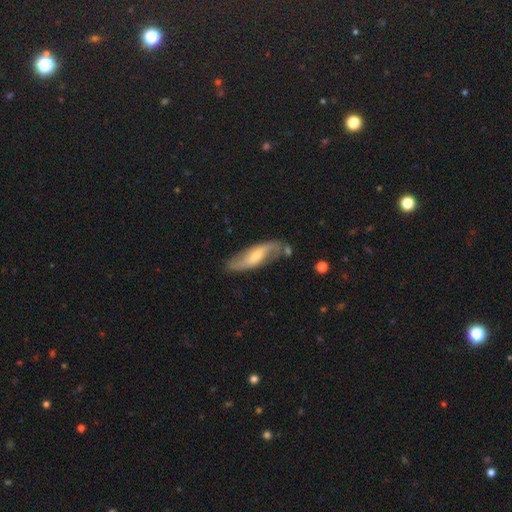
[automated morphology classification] Smooth or featured? Predicted: featured or disk (p=0.69). Edge-on disk? Predicted: no (p=0.80). Bar? Predicted: no (p=0.43). Spiral arms? Predicted: yes (p=0.89). Bulge size? Predicted: small (p=0.49). Merging? Predicted: none (p=0.70).